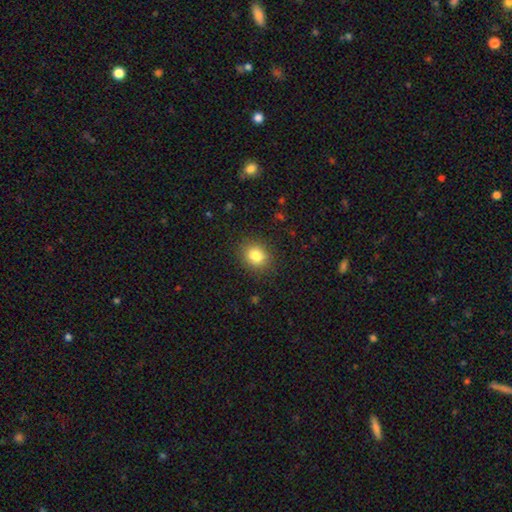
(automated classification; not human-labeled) Q: Smooth or featured?
A: smooth (82%); runner-up: star or artifact (11%)
Q: How rounded?
A: round (70%); runner-up: in between (29%)
Q: Merging?
A: none (88%); runner-up: minor disturbance (8%)